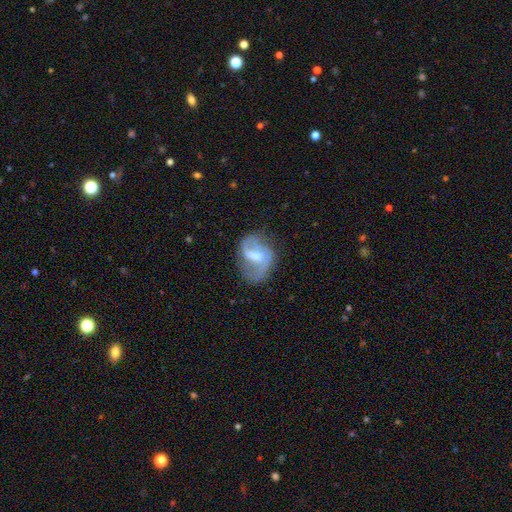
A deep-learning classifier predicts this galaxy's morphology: featured or disk 72%, smooth 21%, star or artifact 7%. Down the decision tree: edge-on disk — no (97%); bar — weak (53%); spiral arms — yes (80%); spiral arm count — 2 (71%); spiral winding — loose (44%); bulge size — moderate (46%); merging — none (48%).